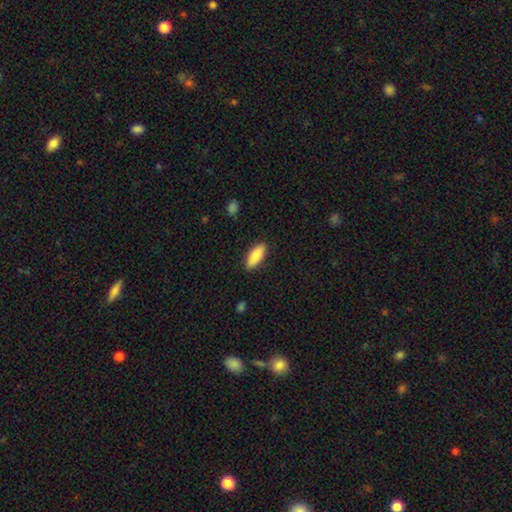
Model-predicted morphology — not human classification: A smooth galaxy with no disk features (86%) that is in between round and cigar-shaped (75%). Merging: none (88%).